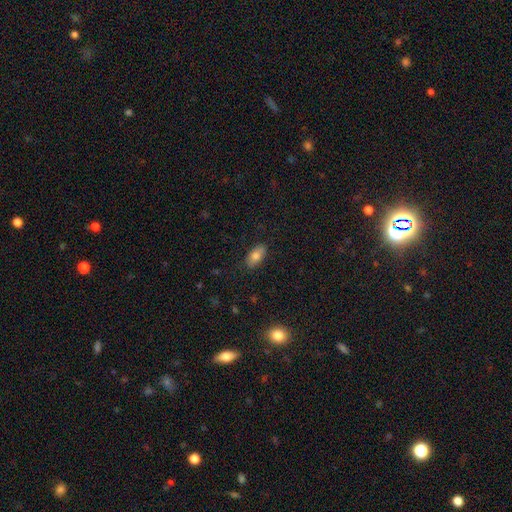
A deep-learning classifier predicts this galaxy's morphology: smooth 76%, featured or disk 15%, star or artifact 8%. Down the decision tree: how rounded — in between (89%); merging — none (86%).